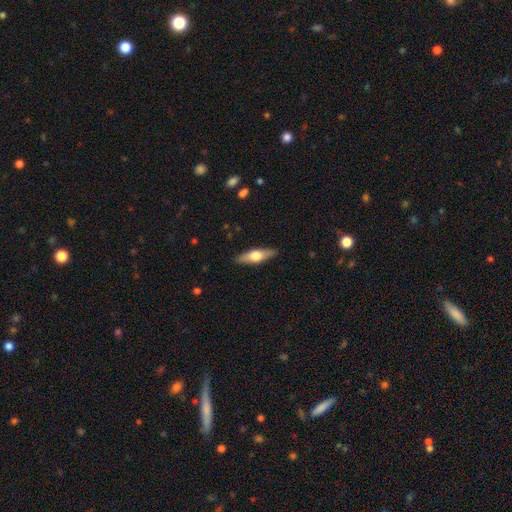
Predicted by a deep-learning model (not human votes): Morphology: type=smooth (52%); roundness=cigar-shaped (55%); merging=none (89%).